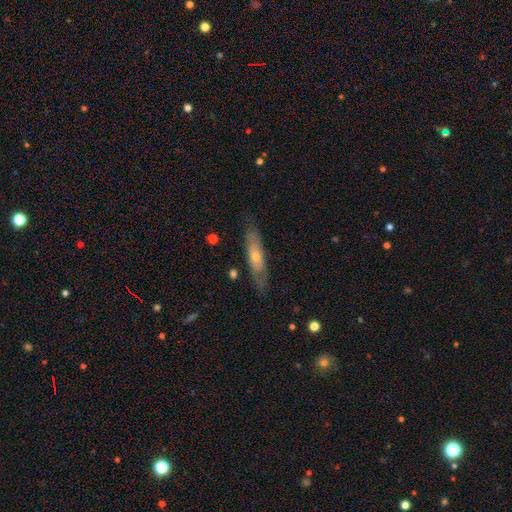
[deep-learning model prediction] A featured or disk galaxy (53%) viewed edge-on (53%). Merging: none (78%).